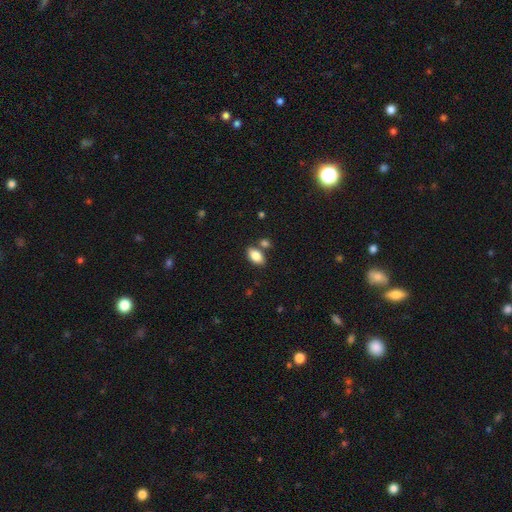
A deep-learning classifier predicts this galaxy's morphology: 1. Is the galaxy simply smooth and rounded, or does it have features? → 84% smooth, 8% featured or disk, 7% star or artifact.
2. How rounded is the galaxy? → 92% in between, 6% round, 3% cigar-shaped.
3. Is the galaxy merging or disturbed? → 72% none, 14% merger, 11% minor disturbance, 3% major disturbance.